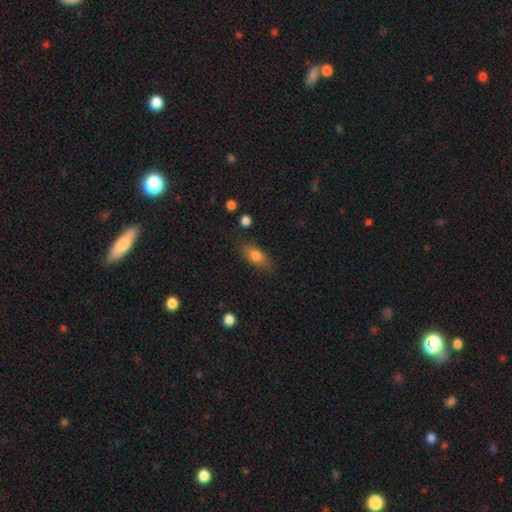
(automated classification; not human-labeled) The model was most divided on "merging": none: 78%, minor disturbance: 15%, major disturbance: 4%, merger: 2%. More confident: how rounded — in between (81%); smooth or featured — smooth (79%).